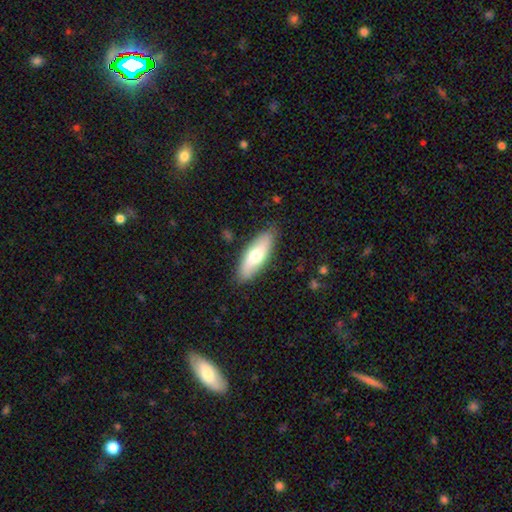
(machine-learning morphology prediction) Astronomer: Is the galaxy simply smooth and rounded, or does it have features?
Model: smooth — 62%.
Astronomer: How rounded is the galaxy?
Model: in between — 66%.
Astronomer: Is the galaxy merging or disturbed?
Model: none — 86%.